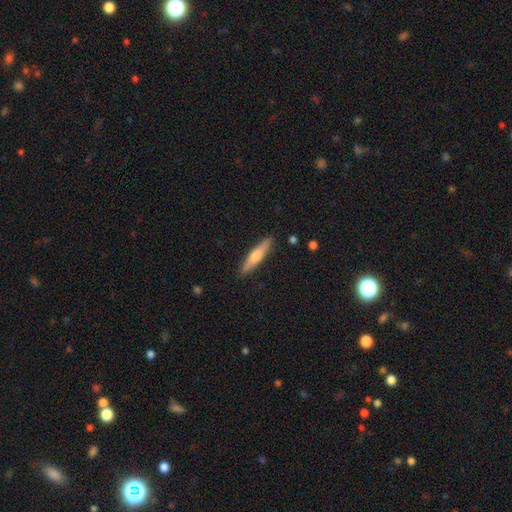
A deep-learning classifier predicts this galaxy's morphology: Overall: smooth (48%; featured or disk 46%). Merging: none (89%).